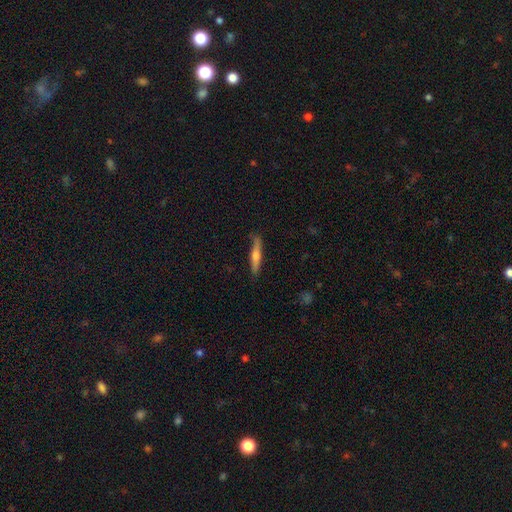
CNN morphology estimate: Q: Smooth or featured?
A: featured or disk (53%); runner-up: smooth (41%)
Q: Edge-on disk?
A: yes (95%); runner-up: no (5%)
Q: Edge-on bulge?
A: rounded (84%); runner-up: none (9%)
Q: Merging?
A: none (84%); runner-up: minor disturbance (12%)